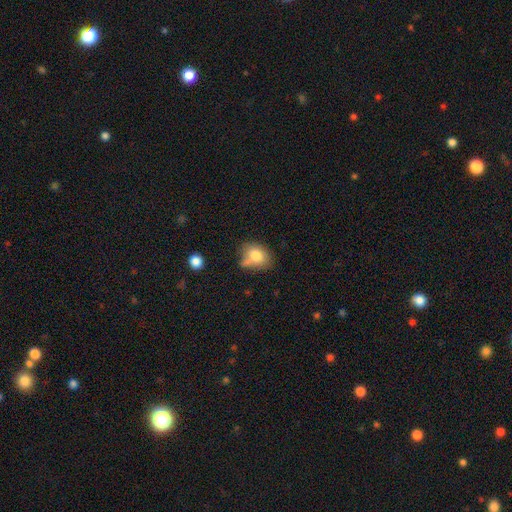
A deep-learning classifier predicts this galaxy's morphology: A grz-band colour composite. It shows a smooth galaxy with no disk features (78%) that is in between round and cigar-shaped (66%). Merging: none (46%).